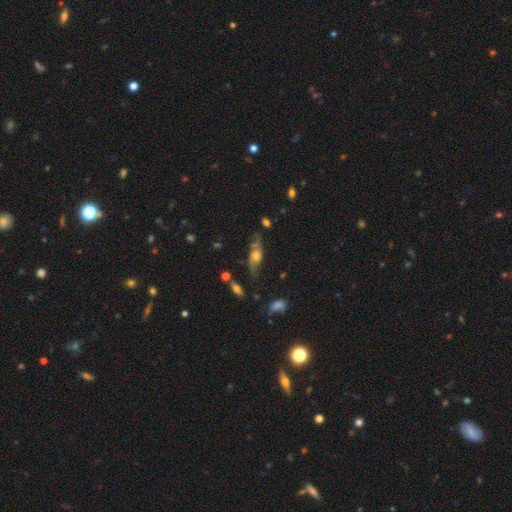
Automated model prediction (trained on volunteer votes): smooth_or_featured: featured or disk (p=0.61) [alt: smooth p=0.30]
disk_edge_on: no (p=0.64) [alt: yes p=0.36]
merging: none (p=0.58) [alt: minor disturbance p=0.25]